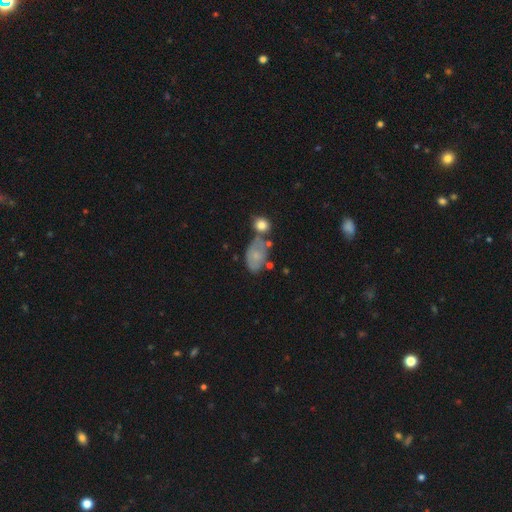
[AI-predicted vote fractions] Q: Smooth or featured?
A: smooth (57%); runner-up: featured or disk (34%)
Q: How rounded?
A: in between (87%); runner-up: round (11%)
Q: Merging?
A: none (47%); runner-up: minor disturbance (25%)